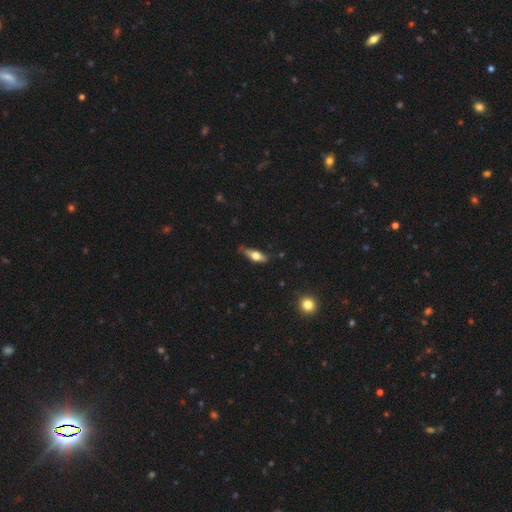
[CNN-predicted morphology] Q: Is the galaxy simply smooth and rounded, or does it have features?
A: smooth — 55%.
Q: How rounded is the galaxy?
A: in between — 62%.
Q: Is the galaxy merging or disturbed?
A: none — 66%.